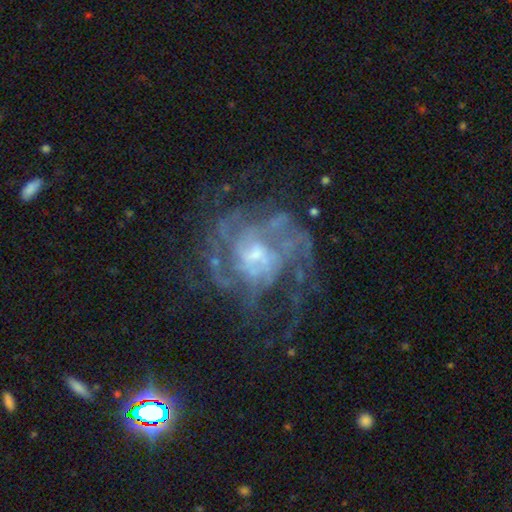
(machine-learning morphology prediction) This appears to be a featured or disk galaxy (85%) with no bar (55%), tight (42%) spiral arms (87%) and a small central bulge (53%). Merging: none (57%).